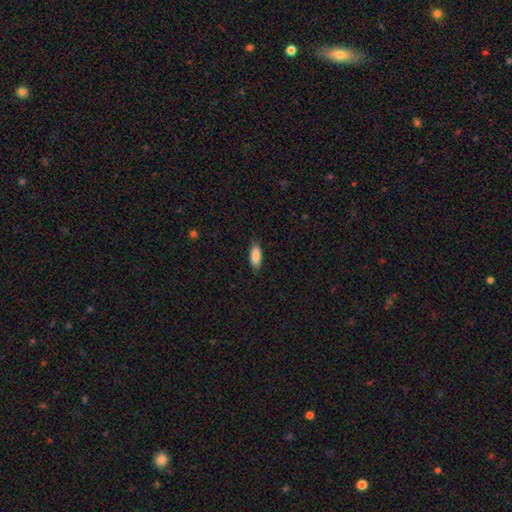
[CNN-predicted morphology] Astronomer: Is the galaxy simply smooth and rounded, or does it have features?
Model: smooth — 88%.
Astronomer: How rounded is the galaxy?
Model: in between — 75%.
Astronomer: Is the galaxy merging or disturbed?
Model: none — 82%.